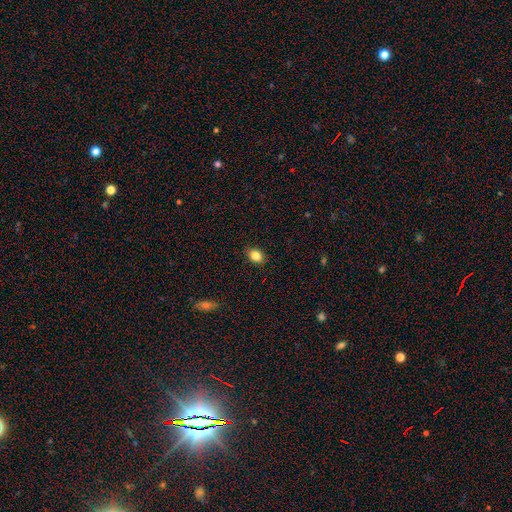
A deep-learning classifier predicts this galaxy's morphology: Smooth or featured?
  - smooth: 83% *
  - star or artifact: 10%
  - featured or disk: 7%
How rounded?
  - in between: 67% *
  - round: 31%
  - cigar-shaped: 1%
Merging?
  - none: 87% *
  - minor disturbance: 10%
  - major disturbance: 2%
  - merger: 1%